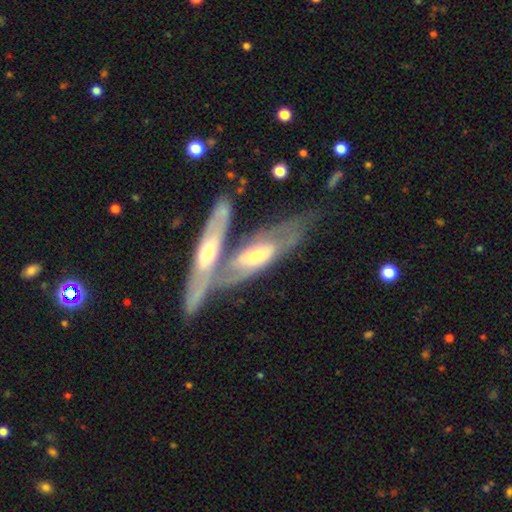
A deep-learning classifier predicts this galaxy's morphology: type=featured or disk (73%); edge-on=yes (51%); merging=merger (50%).